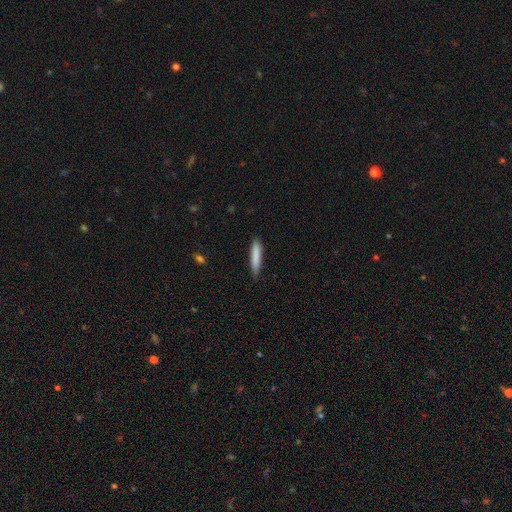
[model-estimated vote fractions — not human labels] smooth 84%, featured or disk 10%, star or artifact 6%. Down the decision tree: how rounded — cigar-shaped (88%); merging — none (82%).